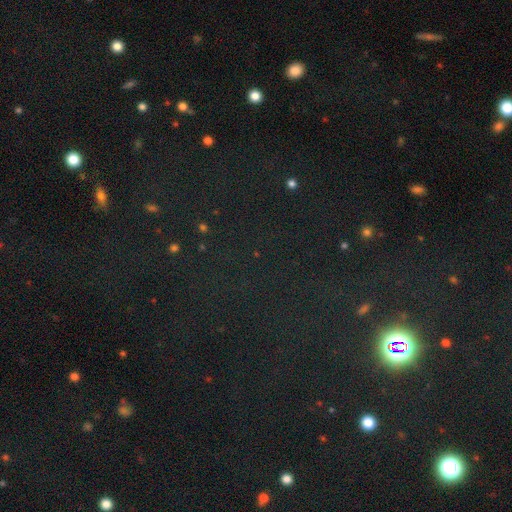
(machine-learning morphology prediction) Smooth or featured?
  - star or artifact: 76% *
  - smooth: 16%
  - featured or disk: 8%